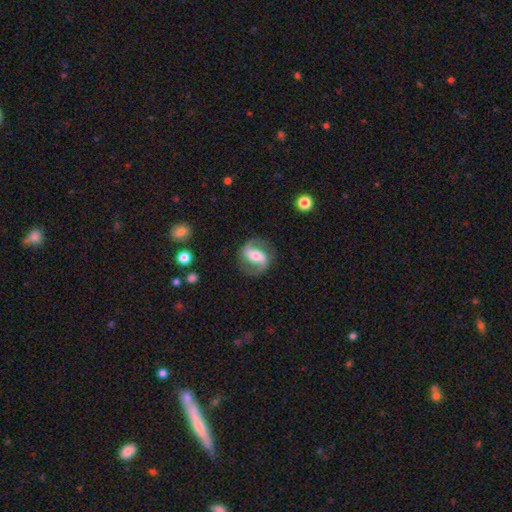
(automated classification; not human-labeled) A featured or disk galaxy (80%) with a strong bar (48%), 2 (91%) medium (45%) spiral arms (91%) and a moderate central bulge (60%). Merging: none (79%).